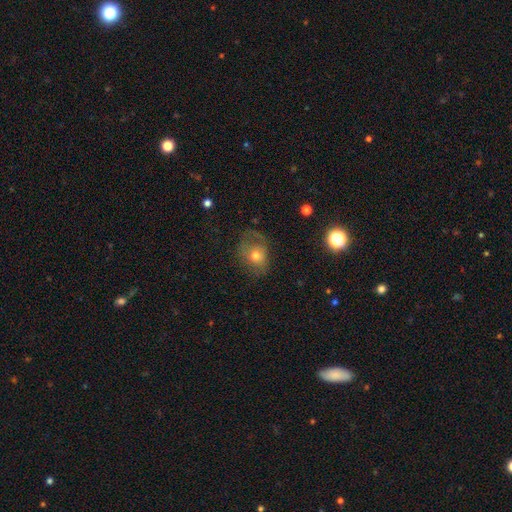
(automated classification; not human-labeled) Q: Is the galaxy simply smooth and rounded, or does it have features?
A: smooth — 62%.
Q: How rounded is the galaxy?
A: round — 50%.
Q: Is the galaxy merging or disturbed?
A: none — 48%.